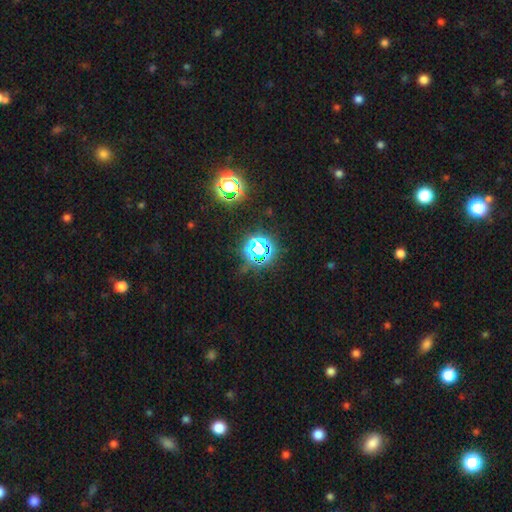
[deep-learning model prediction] smooth-or-featured: star or artifact: 76% | smooth: 17% | featured or disk: 7%